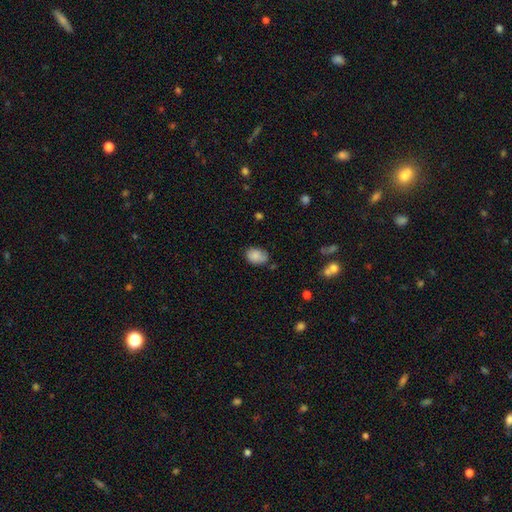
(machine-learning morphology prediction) Overall: smooth (82%). How rounded: in between (79%). Merging: none (60%; minor disturbance 30%).